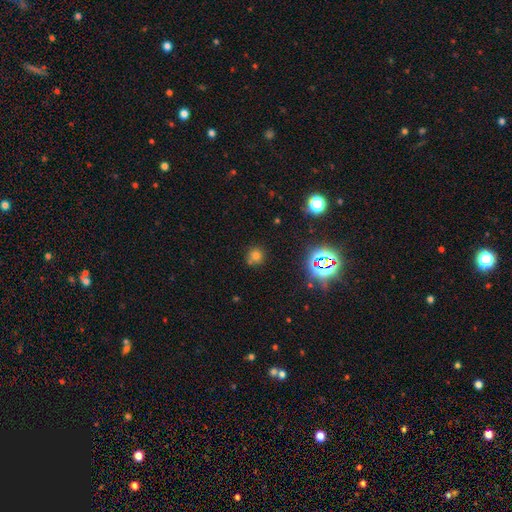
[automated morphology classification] A smooth galaxy with no disk features (66%) that is round (90%). Merging: none (73%).